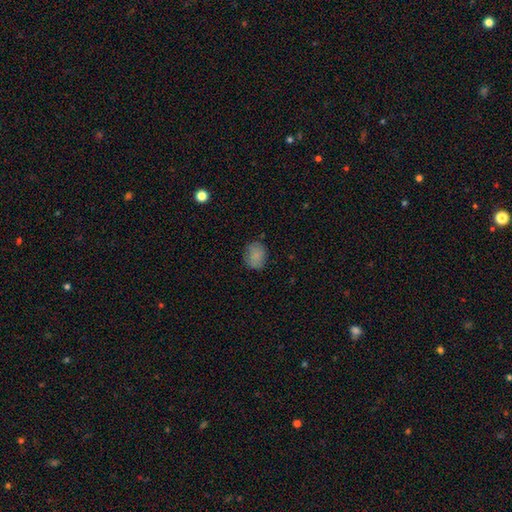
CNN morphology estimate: smooth 81%, featured or disk 10%, star or artifact 9%. Down the decision tree: how rounded — round (63%); merging — none (77%).